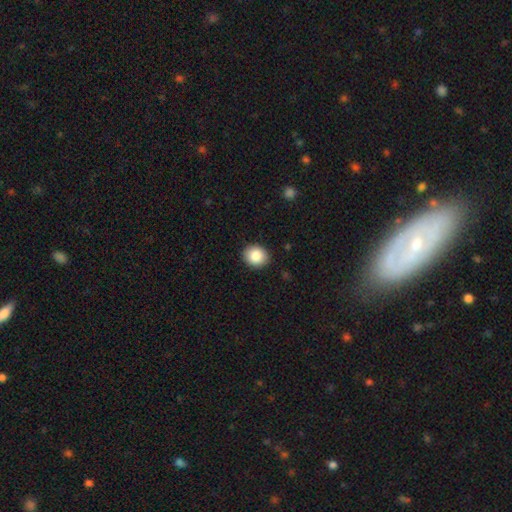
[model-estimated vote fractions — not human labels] Overall: smooth (86%). How rounded: round (67%; in between 32%). Merging: none (90%).